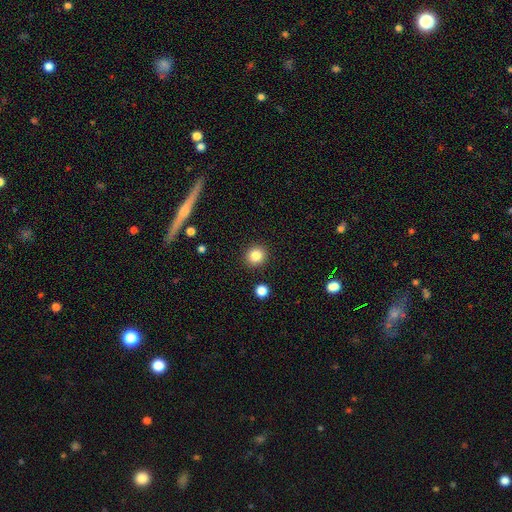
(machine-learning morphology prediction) Smooth or featured? smooth (85%)
How rounded? round (90%)
Merging? none (91%)